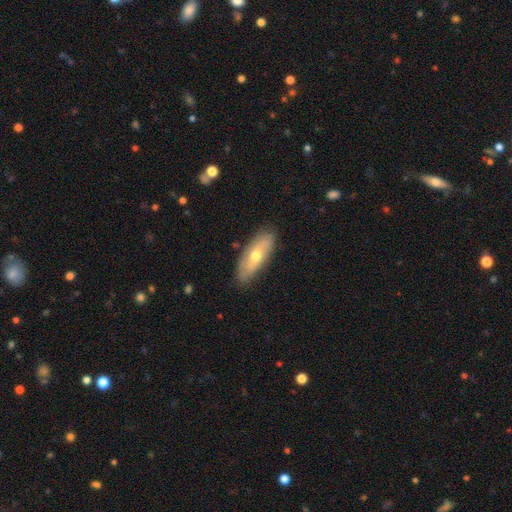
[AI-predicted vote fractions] Smooth or featured?
  - smooth: 52% *
  - featured or disk: 41%
  - star or artifact: 6%
How rounded?
  - in between: 69% *
  - cigar-shaped: 28%
  - round: 3%
Merging?
  - none: 81% *
  - minor disturbance: 14%
  - major disturbance: 3%
  - merger: 1%